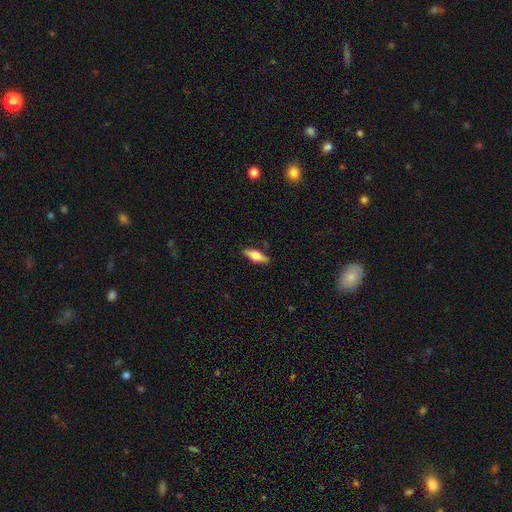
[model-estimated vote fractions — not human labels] A smooth galaxy with no disk features (49%). Merging: none (88%).